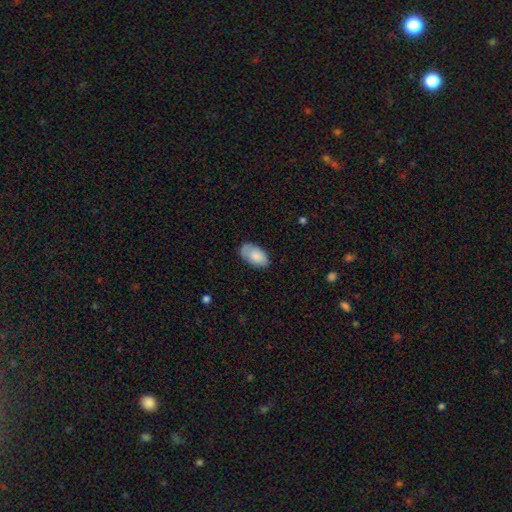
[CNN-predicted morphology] smooth 81%, featured or disk 13%, star or artifact 6%. Down the decision tree: how rounded — in between (95%); merging — none (75%).